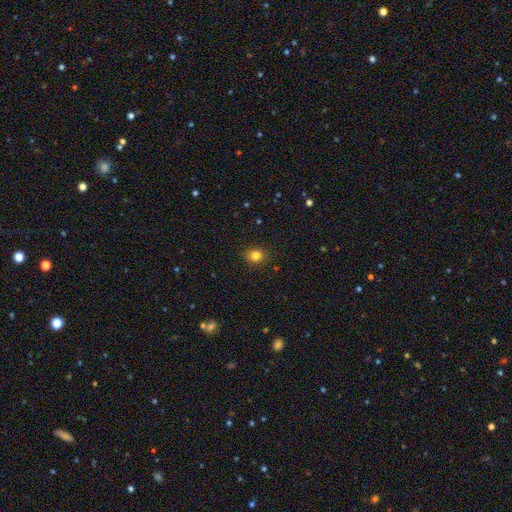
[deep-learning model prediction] smooth 82%, star or artifact 12%, featured or disk 6%. Down the decision tree: how rounded — round (66%); merging — none (87%).